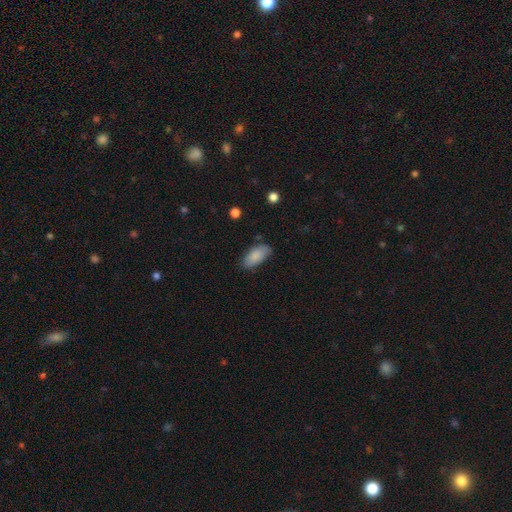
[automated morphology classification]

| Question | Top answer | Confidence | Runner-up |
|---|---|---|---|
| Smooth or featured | smooth | 86% | featured or disk (8%) |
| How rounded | in between | 91% | cigar-shaped (7%) |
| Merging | none | 74% | minor disturbance (20%) |